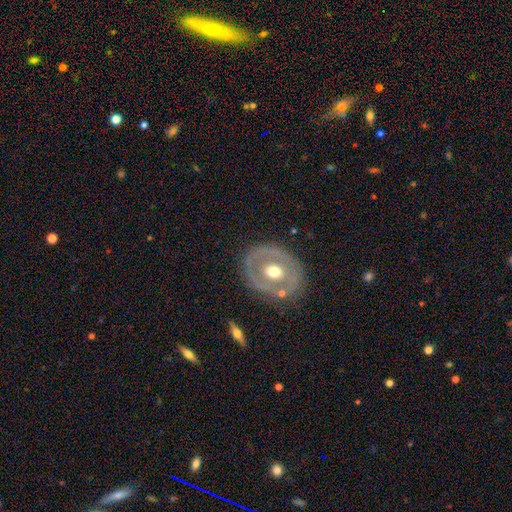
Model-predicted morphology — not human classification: Smooth or featured? Predicted: featured or disk (p=0.65). Edge-on disk? Predicted: no (p=0.93). Bar? Predicted: no (p=0.76). Spiral arms? Predicted: no (p=0.79). Bulge size? Predicted: moderate (p=0.75). Merging? Predicted: none (p=0.77).